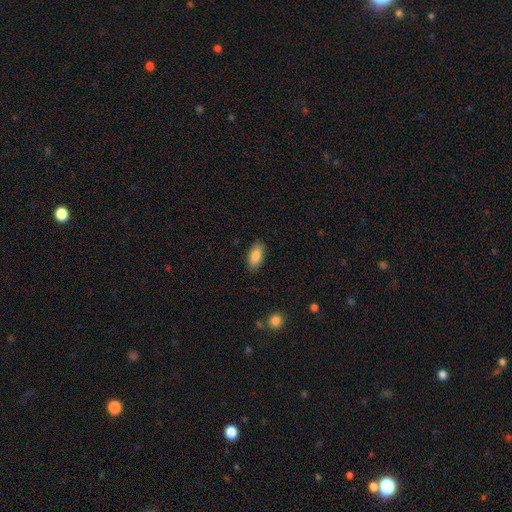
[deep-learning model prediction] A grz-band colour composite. It shows a smooth galaxy with no disk features (86%) that is in between round and cigar-shaped (91%). Merging: none (87%).